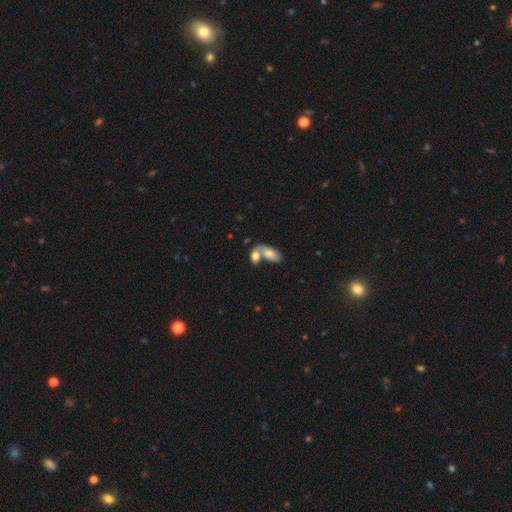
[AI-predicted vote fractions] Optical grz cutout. It shows a smooth galaxy with no disk features (72%) that is in between round and cigar-shaped (84%). Merging: merger (66%).